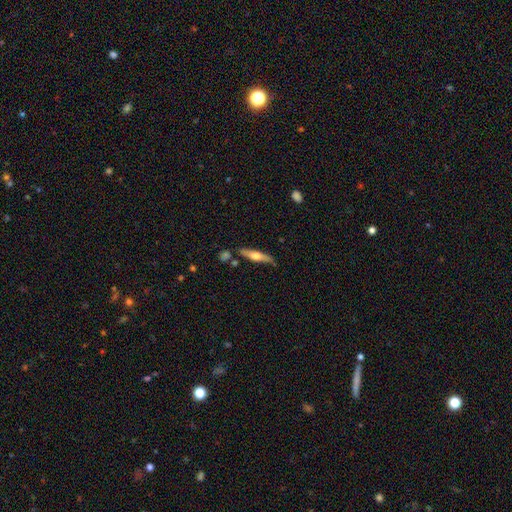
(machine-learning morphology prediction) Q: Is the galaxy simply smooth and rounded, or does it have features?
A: featured or disk — 51%.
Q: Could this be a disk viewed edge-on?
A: yes — 92%.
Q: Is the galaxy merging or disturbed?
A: none — 78%.